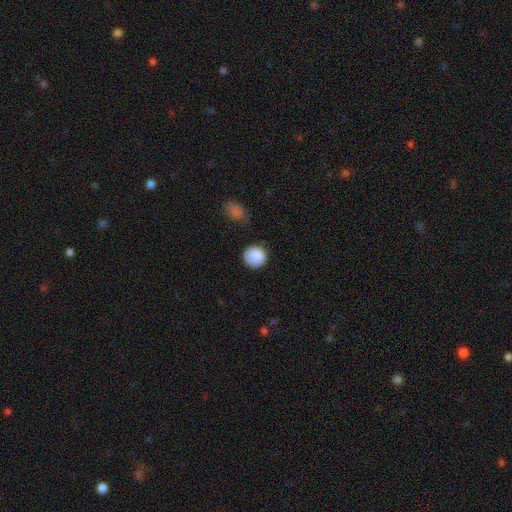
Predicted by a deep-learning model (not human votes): This appears to be a smooth galaxy with no disk features (87%) that is round (91%). Merging: none (77%).